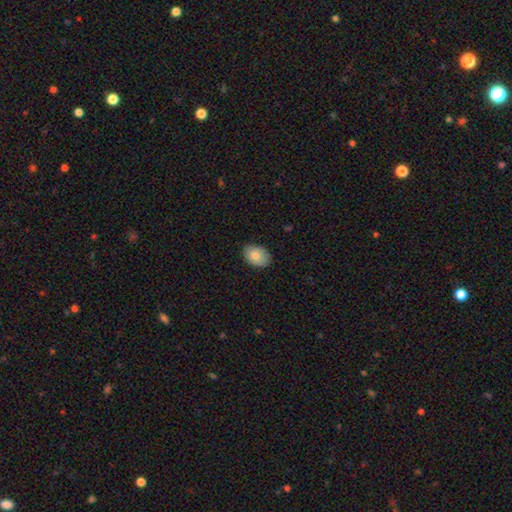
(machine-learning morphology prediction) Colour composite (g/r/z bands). It shows a smooth galaxy with no disk features (84%) that is in between round and cigar-shaped (77%). Merging: none (84%).